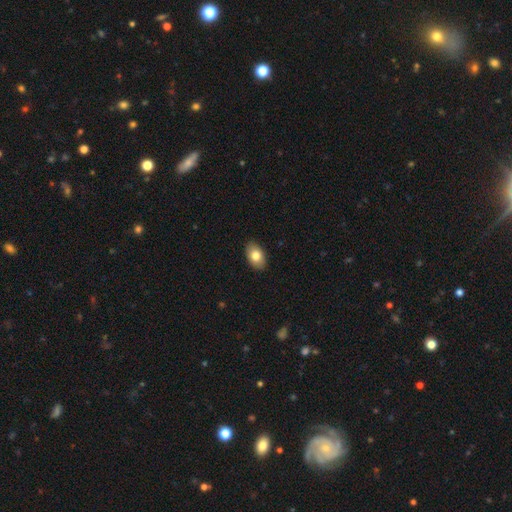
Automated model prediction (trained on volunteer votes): Morphology: type=smooth (81%); roundness=in between (90%); merging=none (89%).